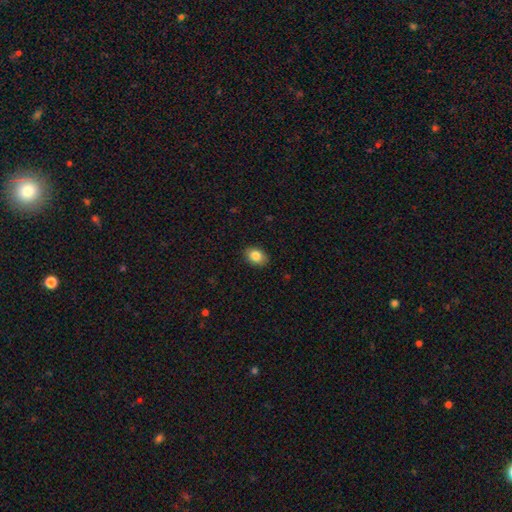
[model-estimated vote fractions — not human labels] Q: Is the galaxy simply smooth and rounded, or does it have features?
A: smooth — 85%.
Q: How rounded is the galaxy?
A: in between — 78%.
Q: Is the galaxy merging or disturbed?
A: none — 88%.